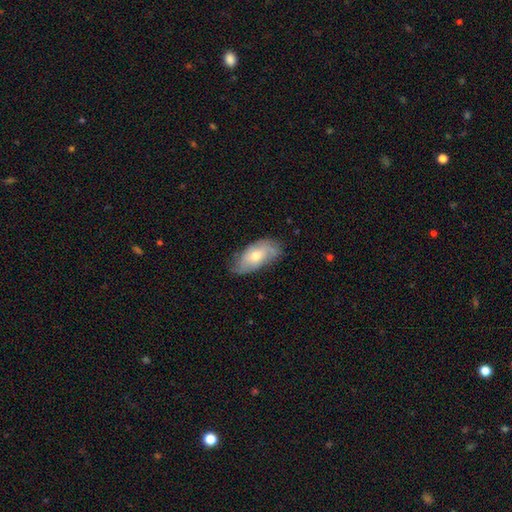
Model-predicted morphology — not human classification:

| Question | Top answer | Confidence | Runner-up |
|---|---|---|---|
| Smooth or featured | featured or disk | 52% | smooth (41%) |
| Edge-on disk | no | 89% | yes (11%) |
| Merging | none | 68% | minor disturbance (25%) |